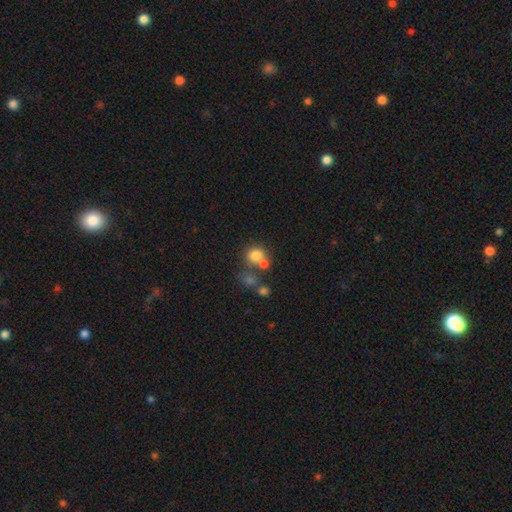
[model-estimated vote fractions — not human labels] This appears to be a smooth galaxy with no disk features (75%) that is round (82%). Merging: none (49%).